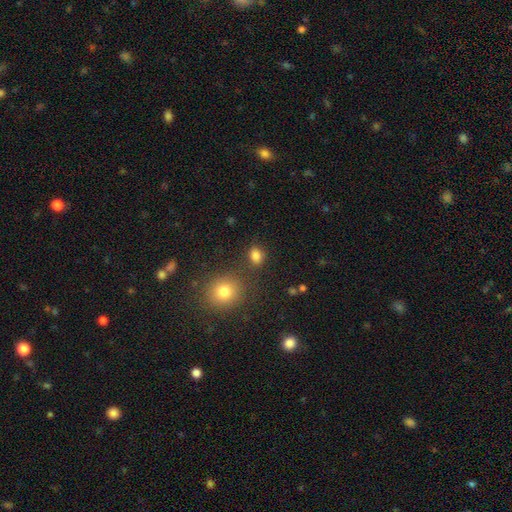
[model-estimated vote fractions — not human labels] Q: Smooth or featured?
A: smooth (82%); runner-up: star or artifact (13%)
Q: How rounded?
A: in between (53%); runner-up: round (45%)
Q: Merging?
A: none (77%); runner-up: minor disturbance (12%)